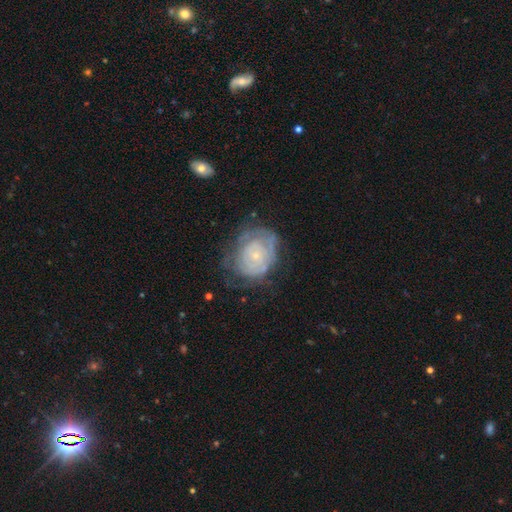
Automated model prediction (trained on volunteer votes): Smooth or featured?
  - featured or disk: 65% *
  - smooth: 27%
  - star or artifact: 8%
Edge-on disk?
  - no: 97% *
  - yes: 3%
Bar?
  - no: 83% *
  - weak: 14%
  - strong: 3%
Spiral arms?
  - yes: 66% *
  - no: 34%
Bulge size?
  - small: 80% *
  - moderate: 14%
  - none: 4%
  - large: 1%
  - dominant: 1%
Merging?
  - none: 55% *
  - minor disturbance: 25%
  - major disturbance: 18%
  - merger: 2%